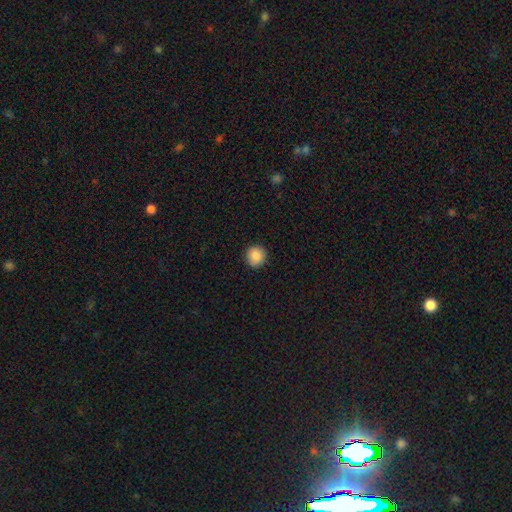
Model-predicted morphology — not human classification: This appears to be a smooth galaxy with no disk features (88%) that is round (94%). Merging: none (92%).